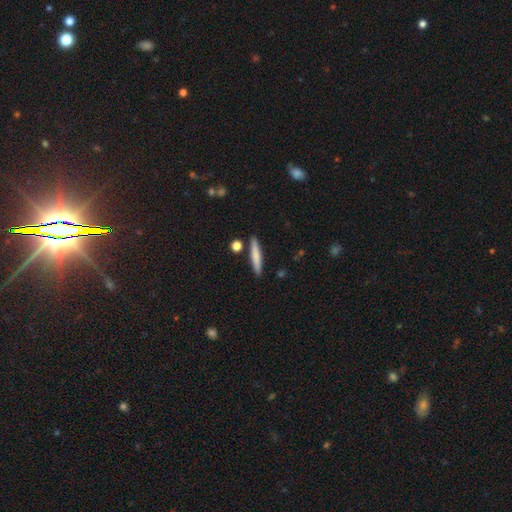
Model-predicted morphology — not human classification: Smooth or featured? smooth (75%)
How rounded? cigar-shaped (92%)
Merging? none (86%)